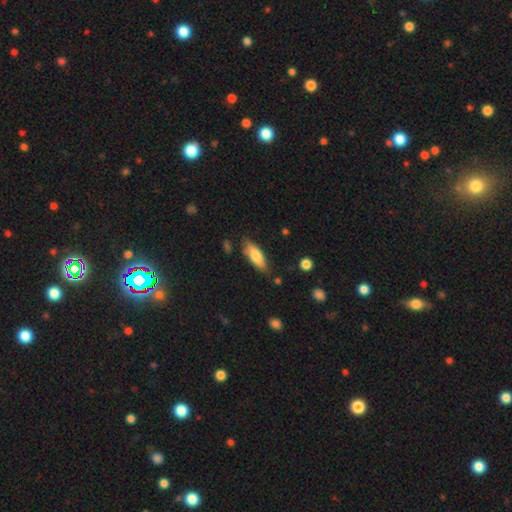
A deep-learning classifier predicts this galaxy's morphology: A smooth galaxy with no disk features (75%) that is in between round and cigar-shaped (64%).

Vote fractions:
- Smooth or featured? smooth: 75% / featured or disk: 19% / star or artifact: 6%
- How rounded? in between: 64% / cigar-shaped: 34% / round: 2%
- Merging? none: 76% / minor disturbance: 18% / major disturbance: 3% / merger: 3%